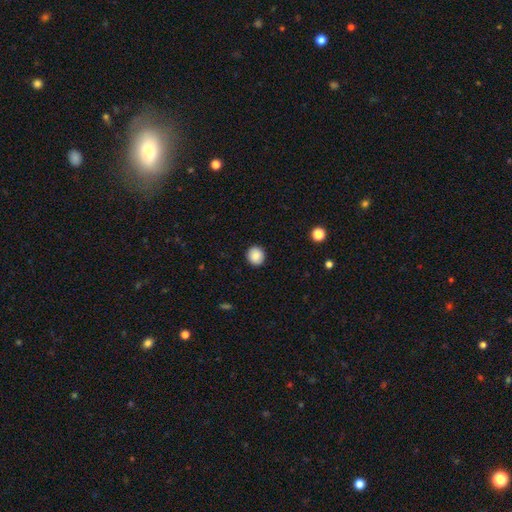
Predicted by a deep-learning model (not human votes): smooth-or-featured: smooth: 87% | star or artifact: 8% | featured or disk: 5%
  how-rounded: round: 89% | in between: 10% | cigar-shaped: 1%
  merging: none: 92% | minor disturbance: 5% | major disturbance: 2% | merger: 1%